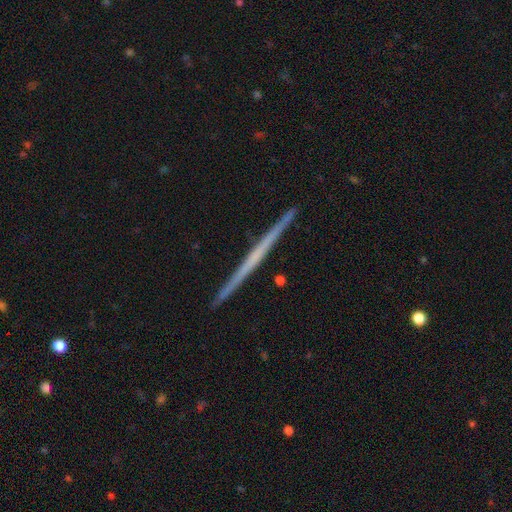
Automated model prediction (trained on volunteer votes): Smooth or featured? featured or disk (67%)
Edge-on disk? yes (98%)
Edge-on bulge? none (85%)
Merging? none (93%)